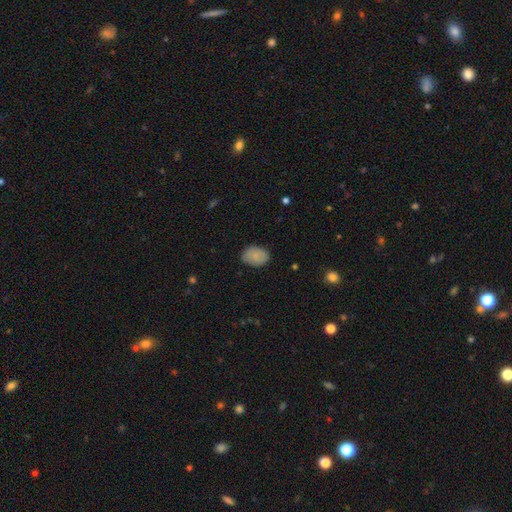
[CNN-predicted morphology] smooth-or-featured: smooth: 81% | featured or disk: 11% | star or artifact: 8%
  how-rounded: in between: 78% | round: 21% | cigar-shaped: 1%
  merging: none: 79% | minor disturbance: 17% | major disturbance: 3% | merger: 1%